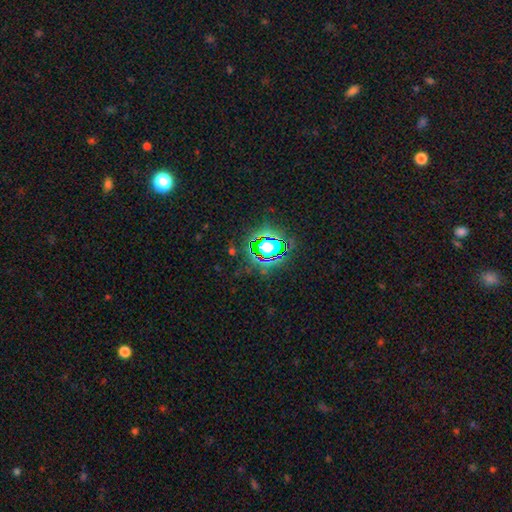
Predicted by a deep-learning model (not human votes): smooth_or_featured: star or artifact (p=0.79) [alt: smooth p=0.13]